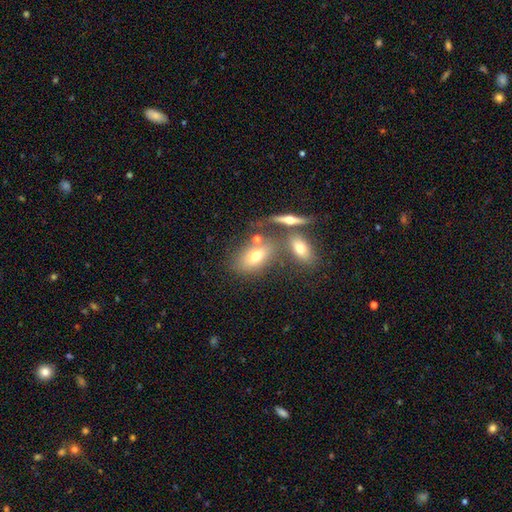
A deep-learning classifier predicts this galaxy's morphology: A smooth galaxy with no disk features (64%) that is in between round and cigar-shaped (81%). Merging: none (54%).